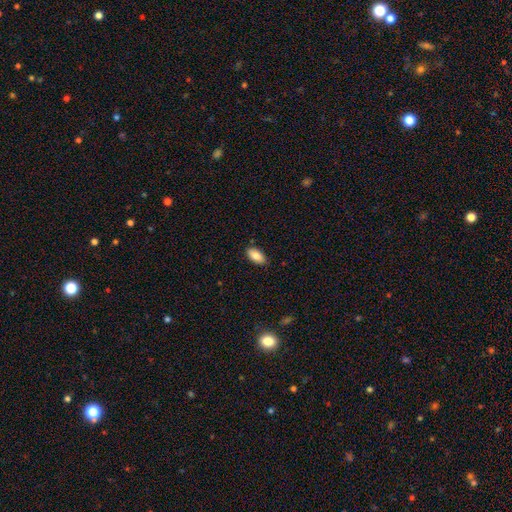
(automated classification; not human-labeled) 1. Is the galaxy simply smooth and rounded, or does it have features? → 83% smooth, 10% featured or disk, 7% star or artifact.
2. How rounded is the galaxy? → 92% in between, 5% cigar-shaped, 3% round.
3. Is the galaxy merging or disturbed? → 87% none, 10% minor disturbance, 2% major disturbance, 1% merger.